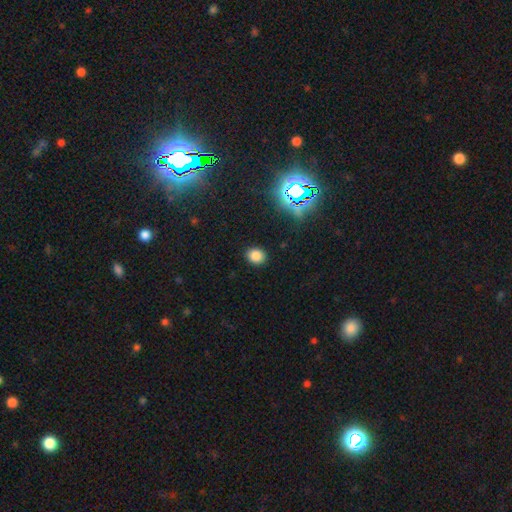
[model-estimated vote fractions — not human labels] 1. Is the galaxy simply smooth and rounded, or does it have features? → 79% smooth, 16% star or artifact, 5% featured or disk.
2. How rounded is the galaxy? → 57% round, 41% in between, 1% cigar-shaped.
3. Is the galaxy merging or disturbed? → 89% none, 8% minor disturbance, 2% major disturbance, 1% merger.